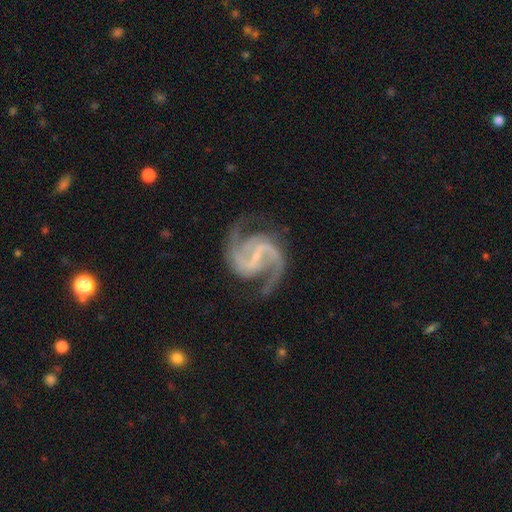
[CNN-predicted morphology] A featured or disk galaxy (94%) with a weak bar (46%), 2 (89%) medium (66%) spiral arms (99%) and a small central bulge (66%). Merging: none (78%).